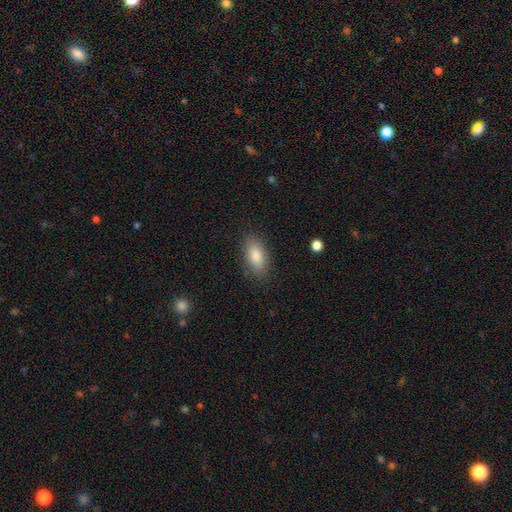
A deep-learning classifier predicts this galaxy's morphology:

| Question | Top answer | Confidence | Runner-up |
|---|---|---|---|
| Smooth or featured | smooth | 84% | featured or disk (9%) |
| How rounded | in between | 89% | cigar-shaped (7%) |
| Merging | none | 86% | minor disturbance (10%) |